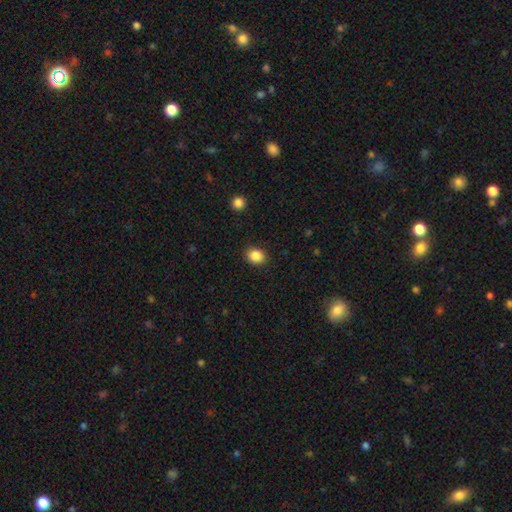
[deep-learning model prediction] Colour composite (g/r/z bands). It shows a smooth galaxy with no disk features (87%) that is round (51%). Merging: none (89%).